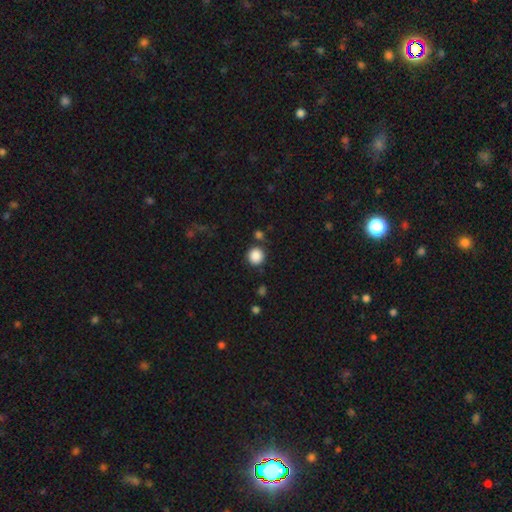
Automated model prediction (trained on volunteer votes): Smooth or featured? smooth (88%)
How rounded? round (92%)
Merging? none (82%)